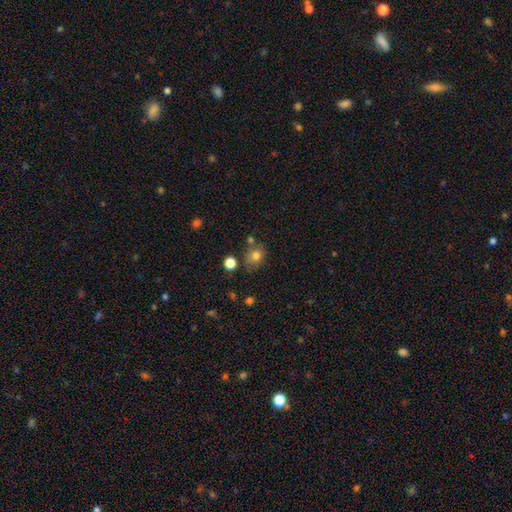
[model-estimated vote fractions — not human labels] smooth_or_featured: smooth (p=0.75) [alt: featured or disk p=0.12]
how_rounded: round (p=0.53) [alt: in between p=0.46]
merging: none (p=0.62) [alt: minor disturbance p=0.21]